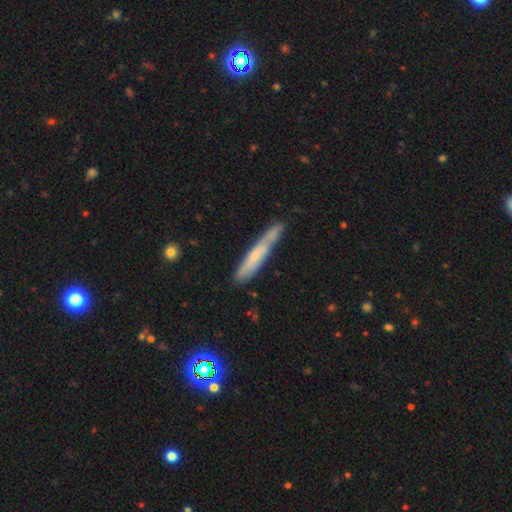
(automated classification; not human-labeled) A smooth galaxy with no disk features (53%) that is cigar-shaped (93%). Merging: none (69%).